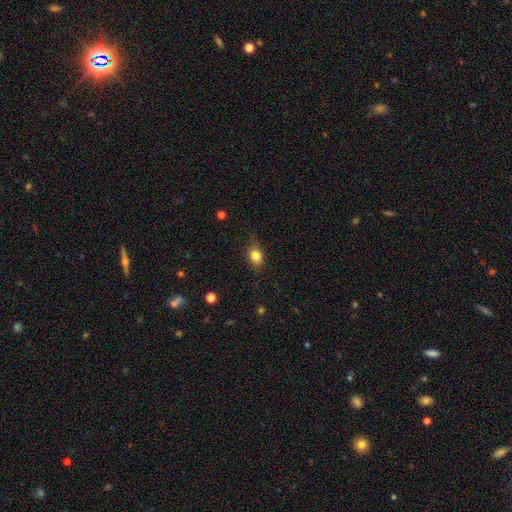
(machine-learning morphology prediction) smooth-or-featured: smooth: 82% | star or artifact: 9% | featured or disk: 8%
  how-rounded: in between: 70% | round: 28% | cigar-shaped: 2%
  merging: none: 79% | minor disturbance: 16% | major disturbance: 3% | merger: 1%